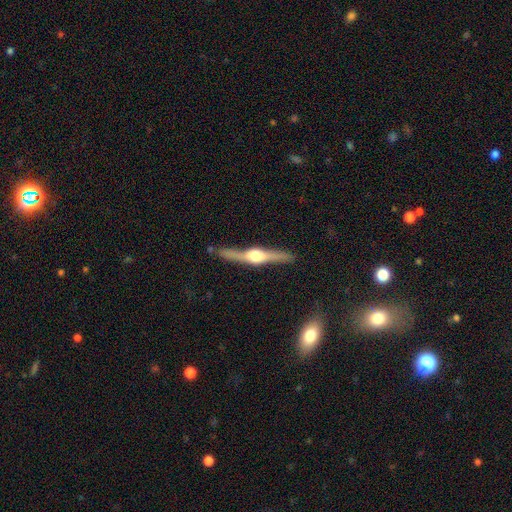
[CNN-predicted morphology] type=featured or disk (83%); edge-on=yes (98%); edge-on bulge=rounded (93%); merging=none (87%).